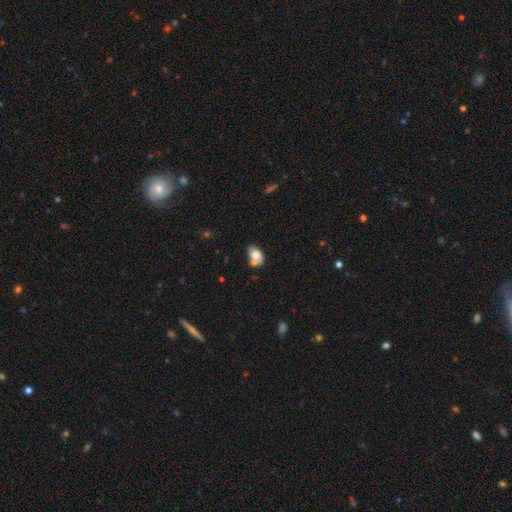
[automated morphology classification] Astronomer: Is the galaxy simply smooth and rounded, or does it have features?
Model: smooth — 69%.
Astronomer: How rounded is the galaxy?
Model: in between — 83%.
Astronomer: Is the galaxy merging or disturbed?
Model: merger — 38% (runner-up: none, 36%).